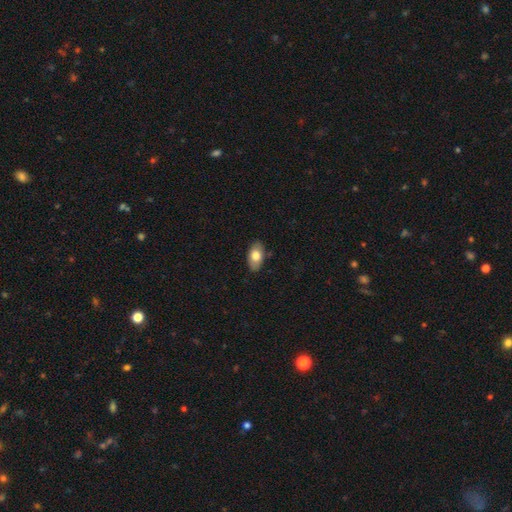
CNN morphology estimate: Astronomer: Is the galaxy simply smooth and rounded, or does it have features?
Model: smooth — 76%.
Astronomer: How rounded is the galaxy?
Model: in between — 93%.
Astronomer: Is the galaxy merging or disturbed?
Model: none — 84%.